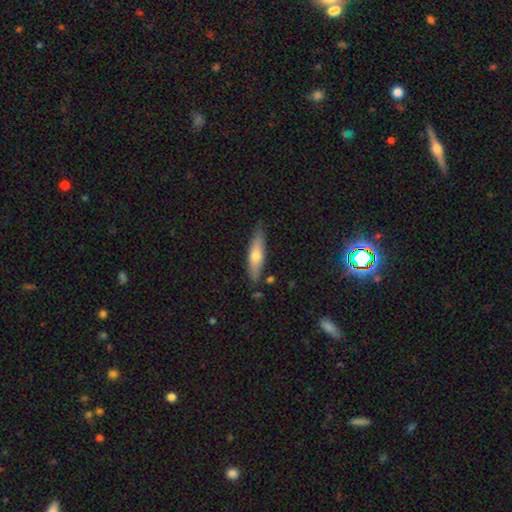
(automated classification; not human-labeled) The model was most divided on "smooth or featured": smooth: 59%, featured or disk: 35%, star or artifact: 6%. More confident: merging — none (80%); how rounded — cigar-shaped (68%).